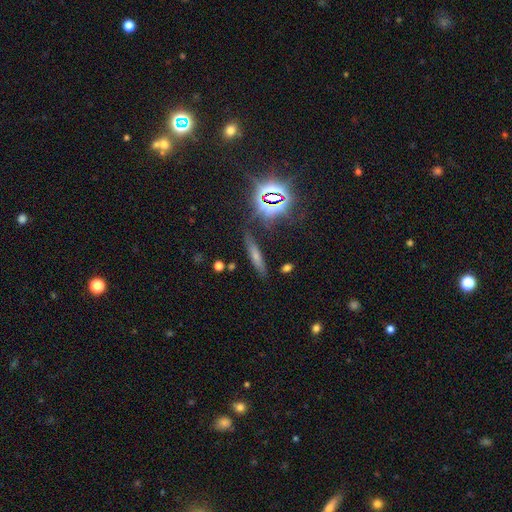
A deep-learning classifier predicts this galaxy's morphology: This appears to be a smooth galaxy with no disk features (57%) that is cigar-shaped (79%). Merging: none (80%).